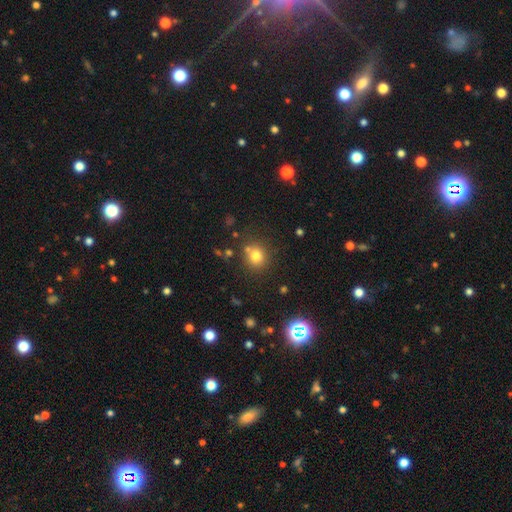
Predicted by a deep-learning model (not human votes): smooth 76%, star or artifact 15%, featured or disk 8%. Down the decision tree: how rounded — round (87%); merging — none (75%).